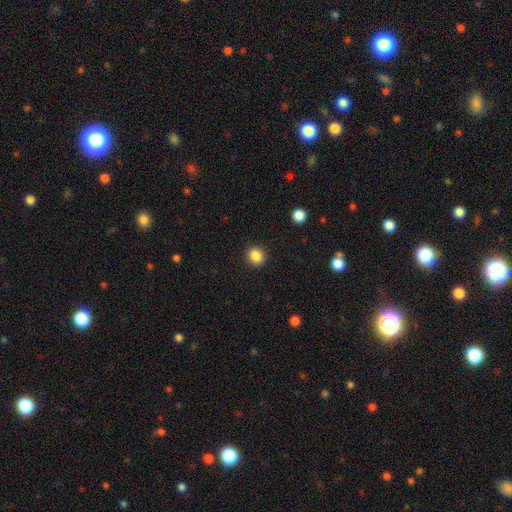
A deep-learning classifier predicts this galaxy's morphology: Smooth or featured? smooth (86%)
How rounded? round (88%)
Merging? none (92%)